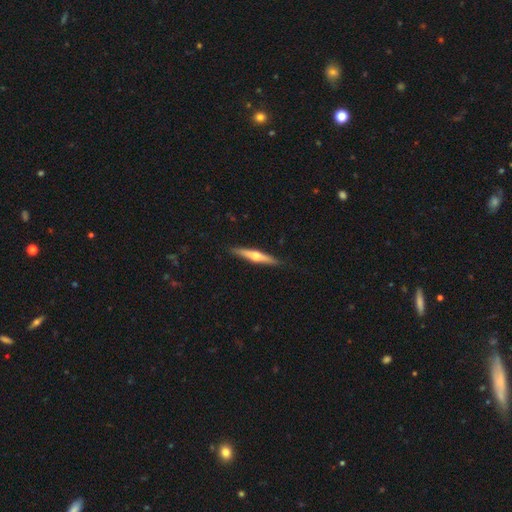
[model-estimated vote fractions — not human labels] A featured or disk galaxy (62%) viewed edge-on (97%) with a rounded central bulge (92%). Merging: none (90%).